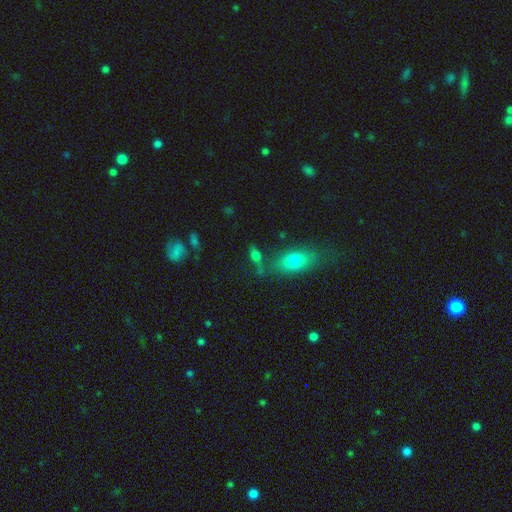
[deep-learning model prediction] Overall: smooth (69%). How rounded: in between (71%). Merging: none (60%).